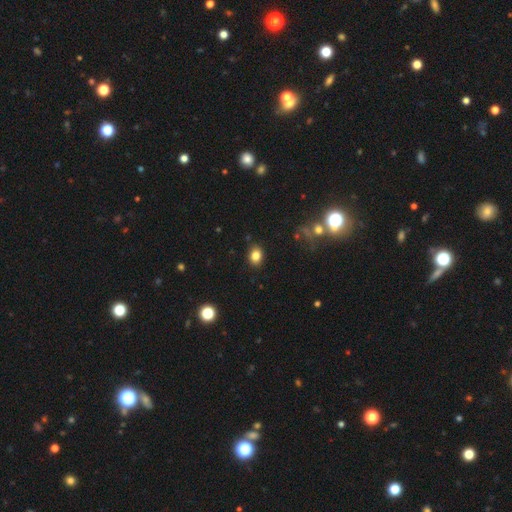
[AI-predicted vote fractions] Q: Smooth or featured?
A: smooth (82%); runner-up: star or artifact (11%)
Q: How rounded?
A: in between (60%); runner-up: round (39%)
Q: Merging?
A: none (87%); runner-up: minor disturbance (9%)